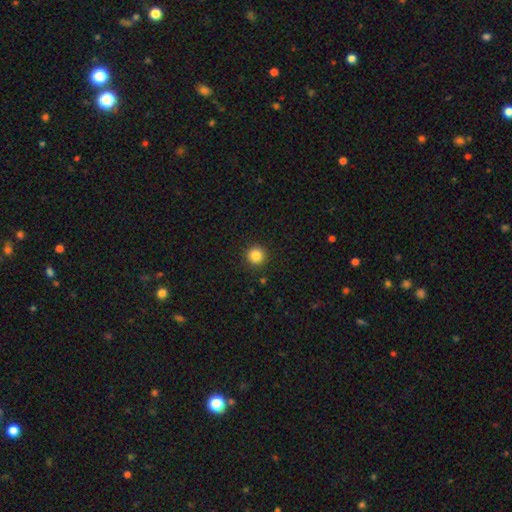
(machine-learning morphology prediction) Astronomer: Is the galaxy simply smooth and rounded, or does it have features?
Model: smooth — 85%.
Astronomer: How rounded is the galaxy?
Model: round — 95%.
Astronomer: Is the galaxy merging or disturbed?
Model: none — 92%.